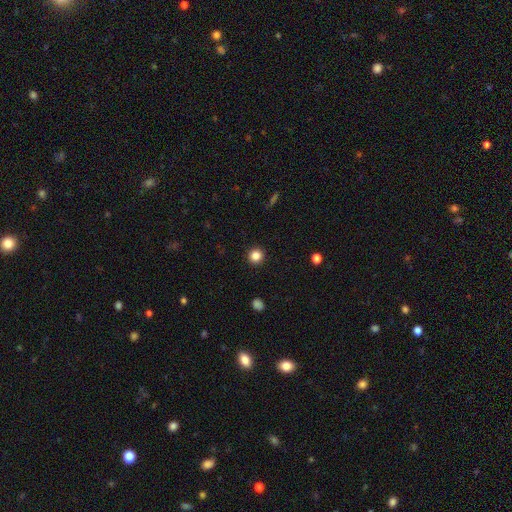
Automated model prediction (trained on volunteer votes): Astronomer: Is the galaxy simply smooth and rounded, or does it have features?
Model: smooth — 85%.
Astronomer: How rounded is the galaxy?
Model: round — 94%.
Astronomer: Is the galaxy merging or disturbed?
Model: none — 93%.